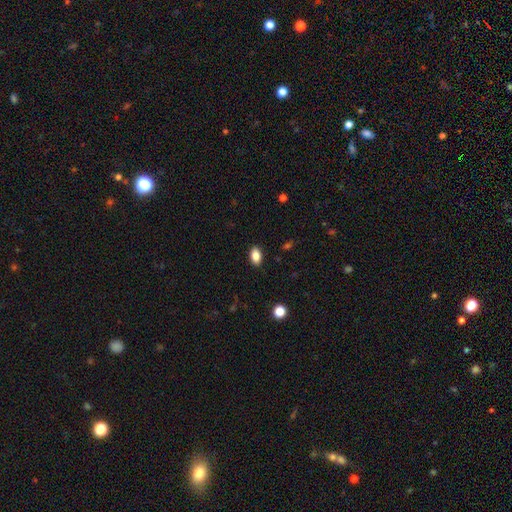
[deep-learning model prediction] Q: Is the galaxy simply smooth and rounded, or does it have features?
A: smooth — 86%.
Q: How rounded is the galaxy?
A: in between — 90%.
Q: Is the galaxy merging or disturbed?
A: none — 89%.